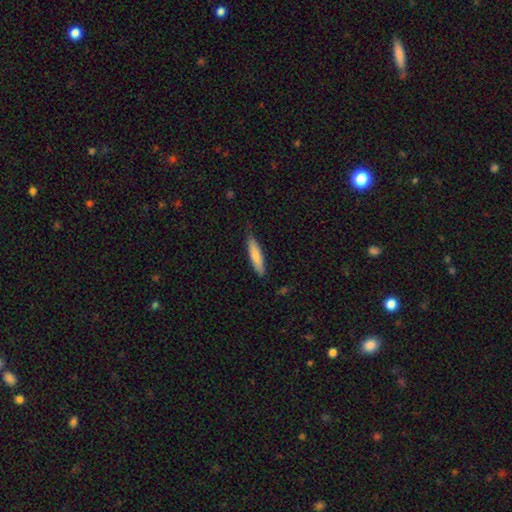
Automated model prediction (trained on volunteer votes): Morphology: type=smooth (80%); roundness=cigar-shaped (81%); merging=none (79%).